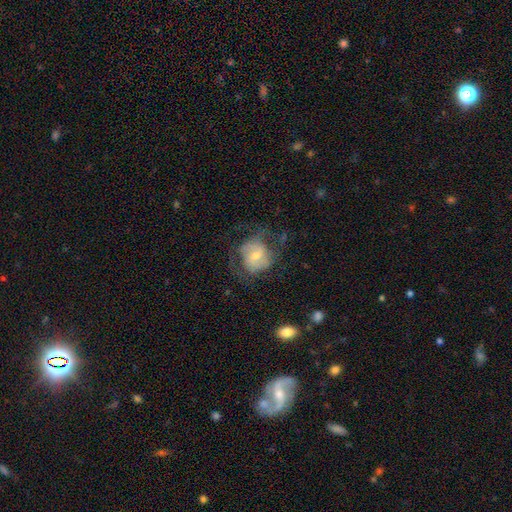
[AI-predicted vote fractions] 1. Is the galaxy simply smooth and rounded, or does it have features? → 57% featured or disk, 36% smooth, 8% star or artifact.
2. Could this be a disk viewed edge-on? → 97% no, 3% yes.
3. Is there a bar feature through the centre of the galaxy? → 45% weak, 44% no, 11% strong.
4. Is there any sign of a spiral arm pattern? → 72% yes, 28% no.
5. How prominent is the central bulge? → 46% small, 45% moderate, 4% large, 3% none, 1% dominant.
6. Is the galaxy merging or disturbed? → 50% none, 26% major disturbance, 22% minor disturbance, 2% merger.